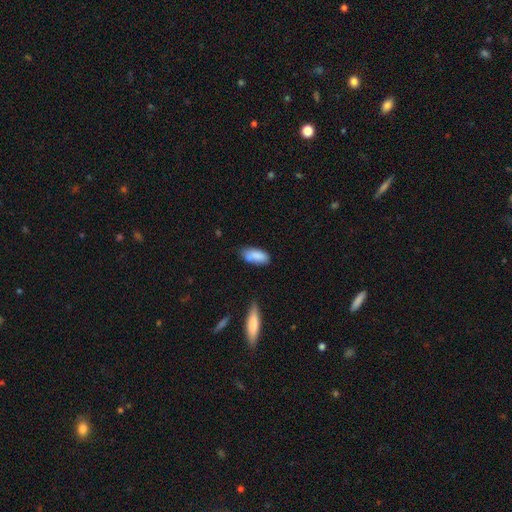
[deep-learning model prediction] A smooth galaxy with no disk features (84%) that is in between round and cigar-shaped (86%). Merging: none (59%).